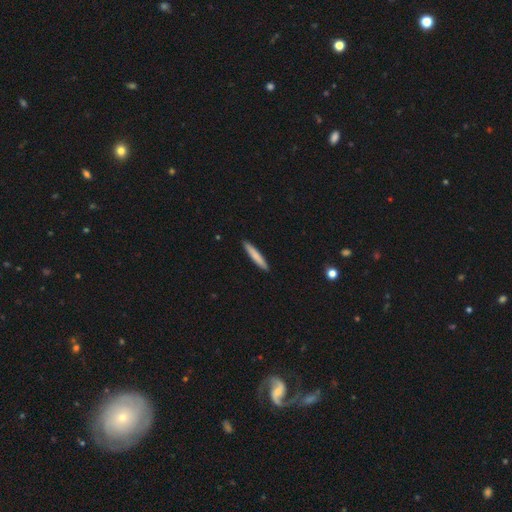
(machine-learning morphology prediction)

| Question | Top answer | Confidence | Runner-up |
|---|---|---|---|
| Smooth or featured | smooth | 78% | featured or disk (17%) |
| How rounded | cigar-shaped | 94% | in between (5%) |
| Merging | none | 92% | minor disturbance (6%) |